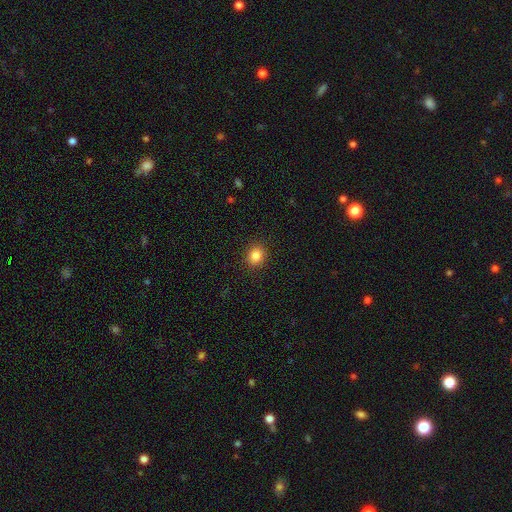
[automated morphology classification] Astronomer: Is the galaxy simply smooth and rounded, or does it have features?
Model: smooth — 84%.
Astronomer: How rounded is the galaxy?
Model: round — 75%.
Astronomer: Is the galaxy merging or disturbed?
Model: none — 90%.